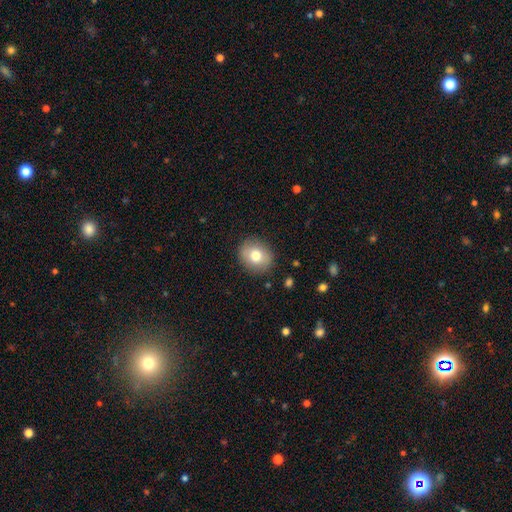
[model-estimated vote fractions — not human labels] Smooth or featured: smooth — 76% (featured or disk — 15%)
How rounded: round — 64% (in between — 35%)
Merging: none — 87% (minor disturbance — 9%)